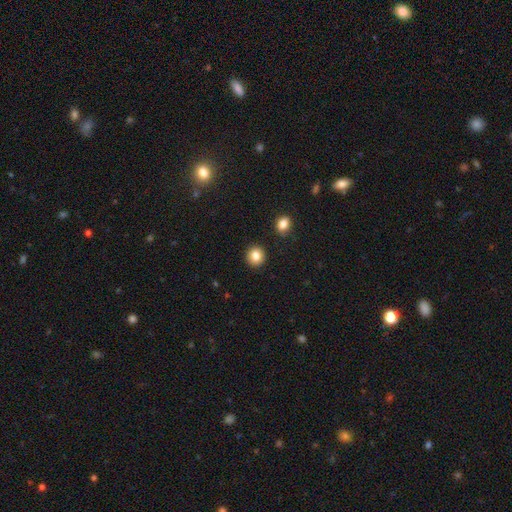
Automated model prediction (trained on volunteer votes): Smooth or featured: smooth — 84% (star or artifact — 10%)
How rounded: round — 89% (in between — 10%)
Merging: none — 91% (minor disturbance — 5%)